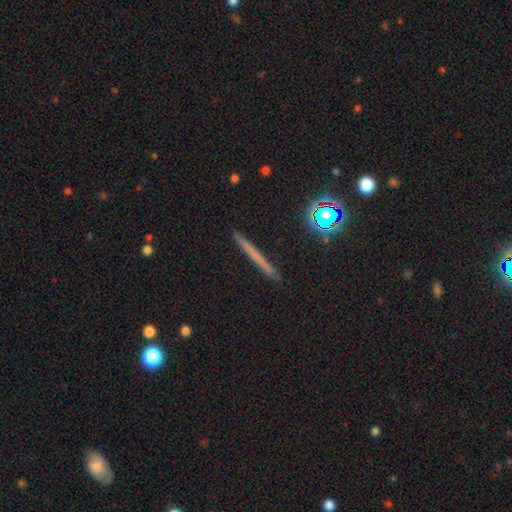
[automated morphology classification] Q: Smooth or featured?
A: smooth (50%); runner-up: featured or disk (37%)
Q: How rounded?
A: cigar-shaped (95%); runner-up: round (3%)
Q: Merging?
A: none (91%); runner-up: minor disturbance (6%)